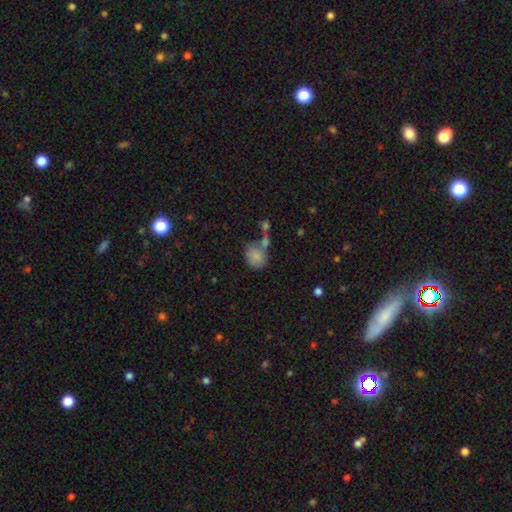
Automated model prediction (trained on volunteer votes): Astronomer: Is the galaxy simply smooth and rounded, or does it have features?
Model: smooth — 82%.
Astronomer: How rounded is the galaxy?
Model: round — 53% (runner-up: in between, 46%).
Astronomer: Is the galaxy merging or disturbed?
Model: none — 44% (runner-up: merger, 30%).